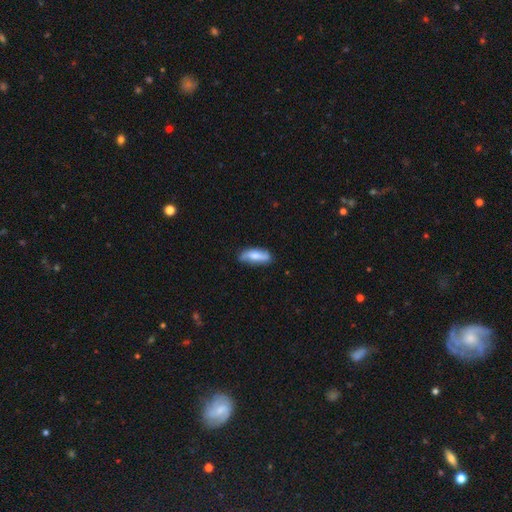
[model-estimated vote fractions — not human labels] This appears to be a smooth galaxy with no disk features (56%) that is in between round and cigar-shaped (67%). Merging: none (73%).